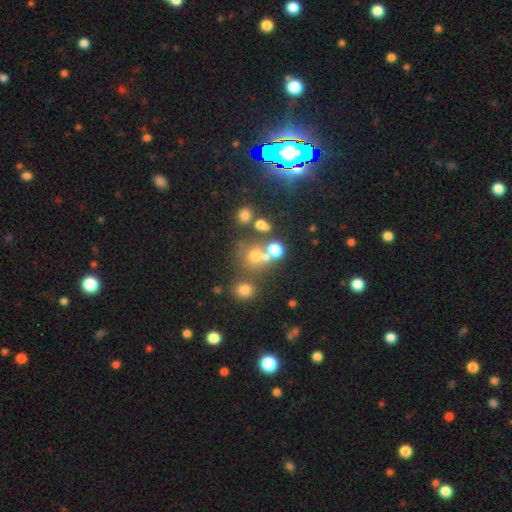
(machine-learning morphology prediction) The model was most divided on "smooth or featured": smooth: 52%, star or artifact: 34%, featured or disk: 14%. More confident: how rounded — round (85%); merging — none (62%).